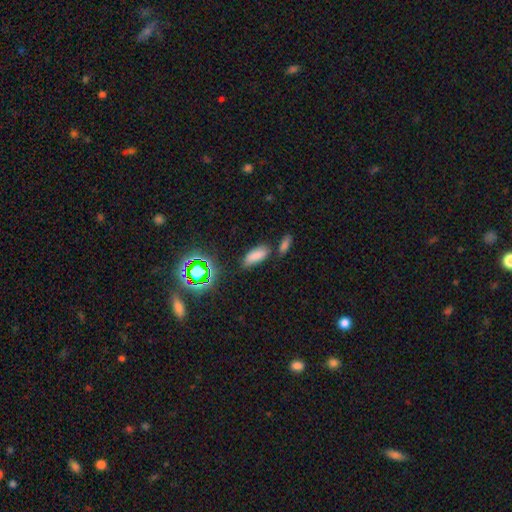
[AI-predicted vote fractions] Overall: smooth (76%). How rounded: in between (80%). Merging: none (67%).